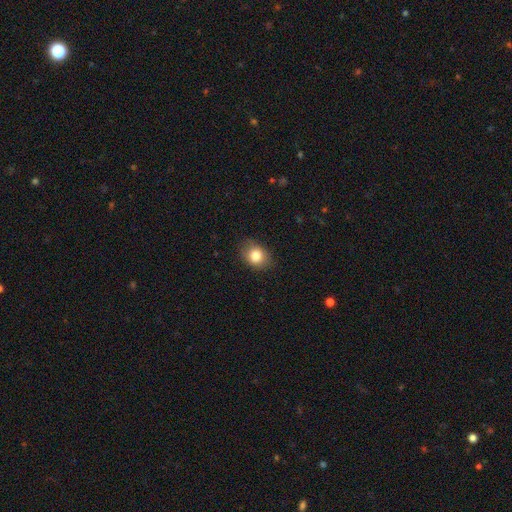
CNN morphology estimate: Smooth or featured: smooth — 82% (star or artifact — 9%)
How rounded: in between — 57% (round — 41%)
Merging: none — 81% (minor disturbance — 14%)